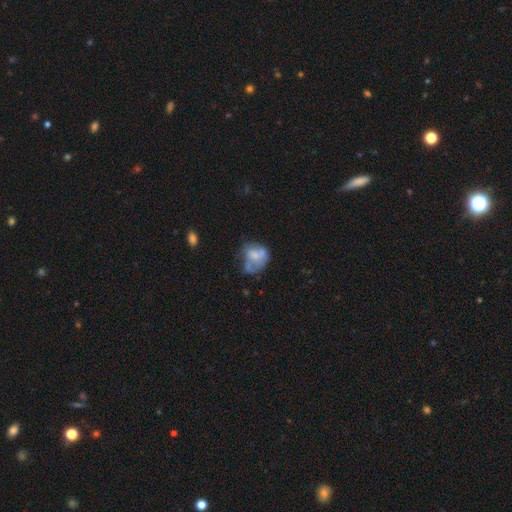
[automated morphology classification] Smooth or featured? smooth (49%)
Merging? none (33%)